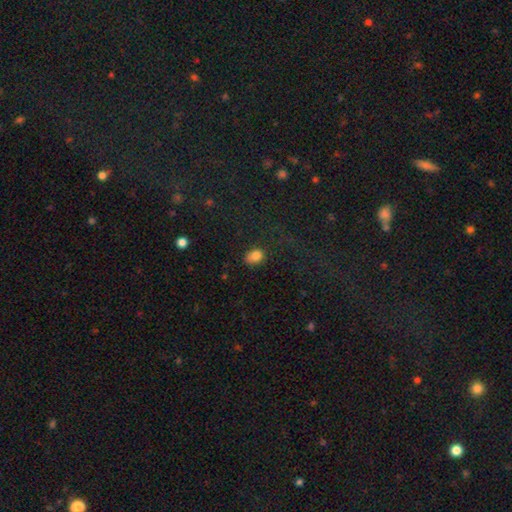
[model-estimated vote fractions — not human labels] A smooth galaxy with no disk features (82%) that is in between round and cigar-shaped (66%). Merging: none (66%).